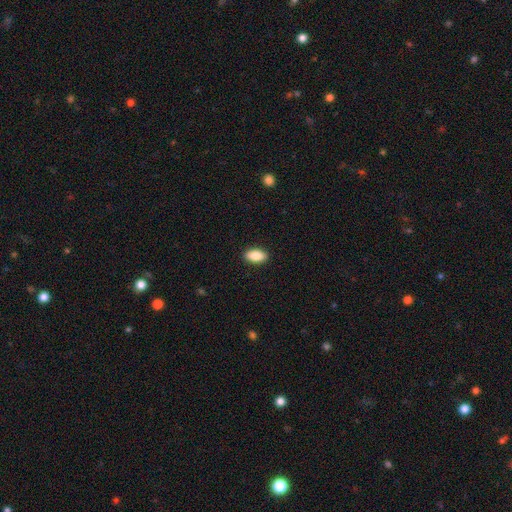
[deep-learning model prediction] The model was most divided on "smooth or featured": smooth: 86%, featured or disk: 7%, star or artifact: 7%. More confident: how rounded — in between (91%); merging — none (91%).